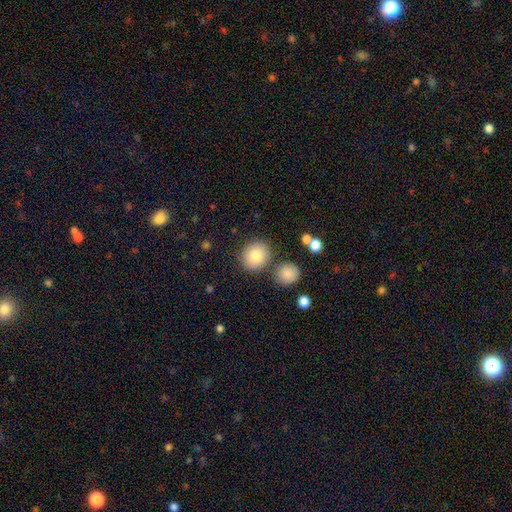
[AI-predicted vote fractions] smooth-or-featured: smooth: 82% | star or artifact: 9% | featured or disk: 9%
  how-rounded: round: 80% | in between: 19% | cigar-shaped: 1%
  merging: none: 79% | merger: 9% | minor disturbance: 9% | major disturbance: 3%